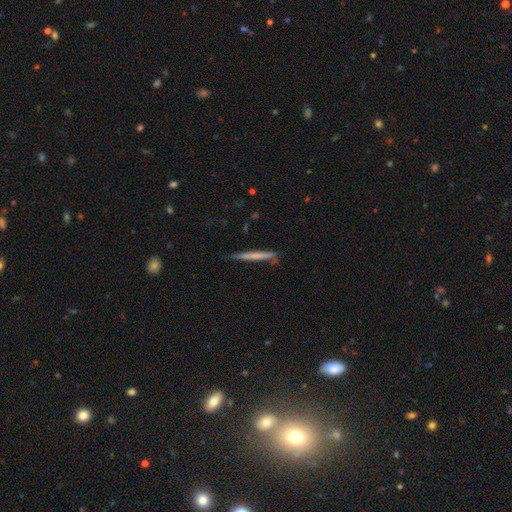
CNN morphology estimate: Overall: smooth (55%; featured or disk 39%). How rounded: cigar-shaped (97%). Merging: none (80%).